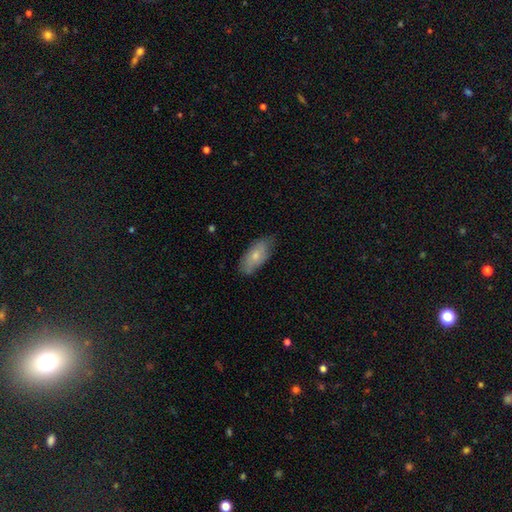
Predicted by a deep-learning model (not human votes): smooth 70%, featured or disk 24%, star or artifact 6%. Down the decision tree: how rounded — in between (87%); merging — none (74%).